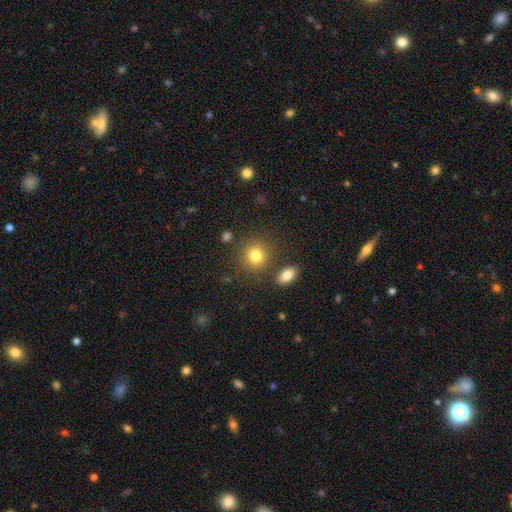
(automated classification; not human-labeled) Smooth or featured: smooth — 81% (star or artifact — 11%)
How rounded: round — 84% (in between — 14%)
Merging: none — 80% (minor disturbance — 9%)